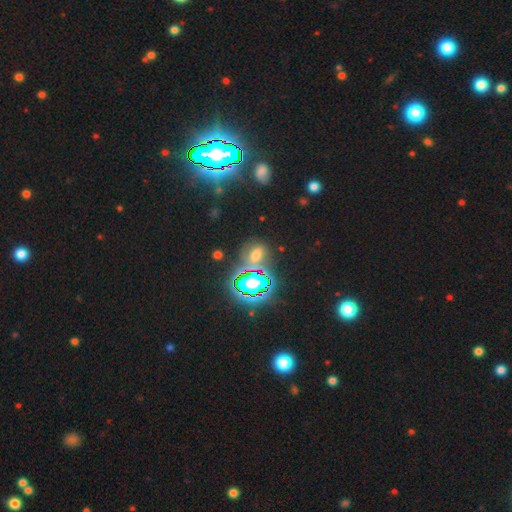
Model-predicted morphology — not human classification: star or artifact 53%, smooth 34%, featured or disk 12%.